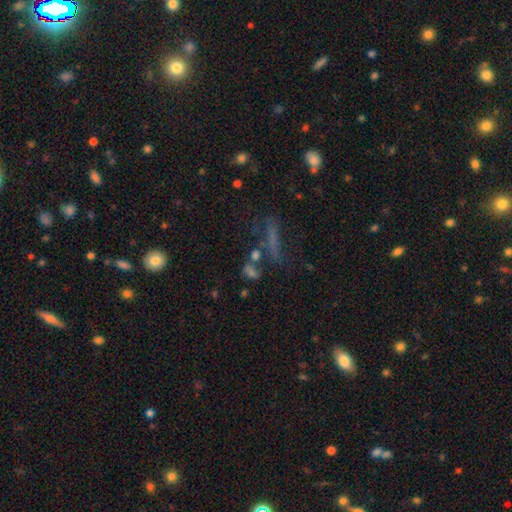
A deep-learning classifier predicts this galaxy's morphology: smooth-or-featured: smooth: 49% | star or artifact: 29% | featured or disk: 23%
  merging: none: 48% | merger: 23% | major disturbance: 14% | minor disturbance: 14%